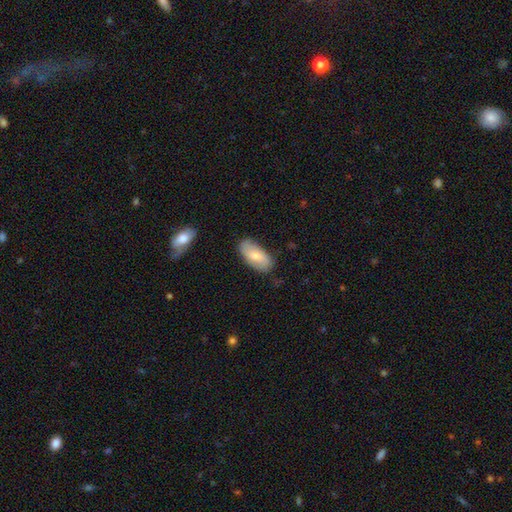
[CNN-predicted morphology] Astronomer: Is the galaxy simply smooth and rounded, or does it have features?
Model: smooth — 72%.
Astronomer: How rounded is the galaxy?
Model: in between — 93%.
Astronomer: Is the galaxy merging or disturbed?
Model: none — 76%.